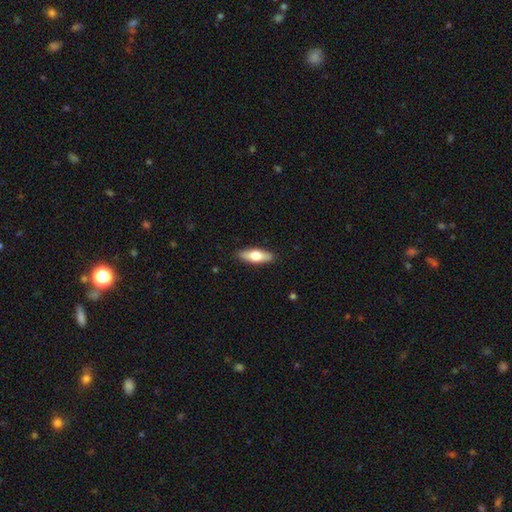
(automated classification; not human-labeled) Smooth or featured?
  - smooth: 61% *
  - featured or disk: 34%
  - star or artifact: 5%
How rounded?
  - in between: 58% *
  - cigar-shaped: 40%
  - round: 3%
Merging?
  - none: 89% *
  - minor disturbance: 8%
  - major disturbance: 2%
  - merger: 1%